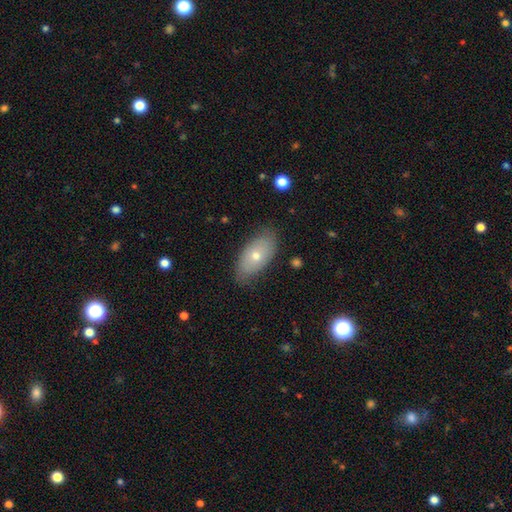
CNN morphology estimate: Smooth or featured: smooth — 60% (featured or disk — 32%)
How rounded: in between — 90% (cigar-shaped — 5%)
Merging: none — 78% (minor disturbance — 17%)